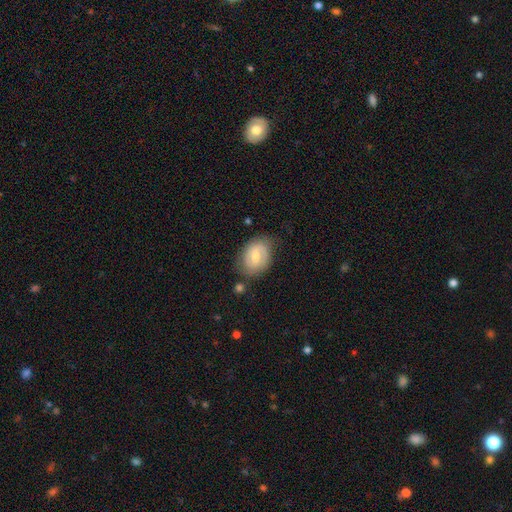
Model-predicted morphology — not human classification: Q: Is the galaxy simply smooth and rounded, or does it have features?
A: featured or disk — 55%.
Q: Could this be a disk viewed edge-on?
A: no — 96%.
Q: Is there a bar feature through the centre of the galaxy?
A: weak — 51%.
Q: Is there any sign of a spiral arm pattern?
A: yes — 79%.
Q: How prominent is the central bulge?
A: moderate — 61%.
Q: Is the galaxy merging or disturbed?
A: none — 68%.